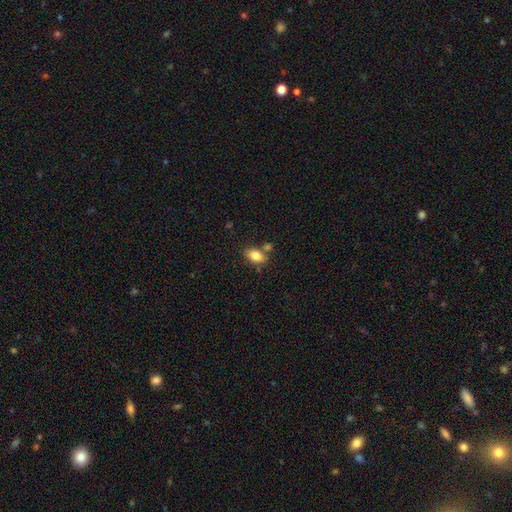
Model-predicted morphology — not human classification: Overall: smooth (83%). How rounded: in between (86%). Merging: none (67%).